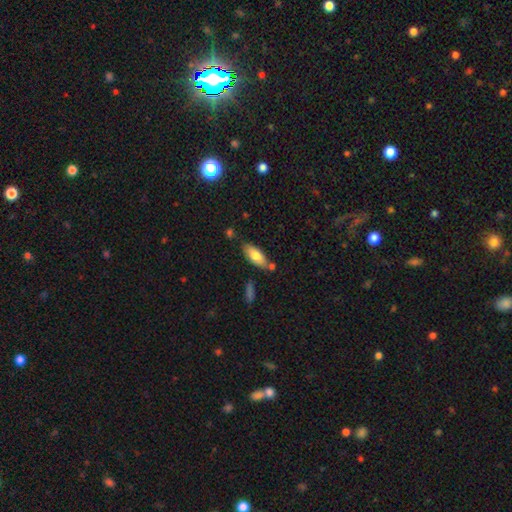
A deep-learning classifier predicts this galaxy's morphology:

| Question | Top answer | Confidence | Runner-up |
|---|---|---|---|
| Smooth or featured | smooth | 78% | featured or disk (16%) |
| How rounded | in between | 80% | cigar-shaped (18%) |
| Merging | none | 70% | minor disturbance (16%) |